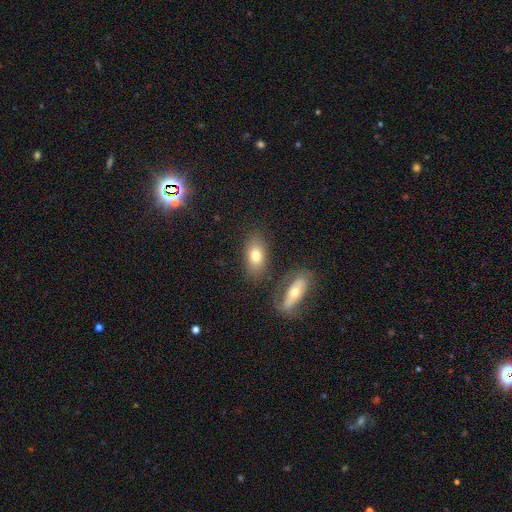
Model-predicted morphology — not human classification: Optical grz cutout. It shows a smooth galaxy with no disk features (74%) that is in between round and cigar-shaped (87%). Merging: none (71%).